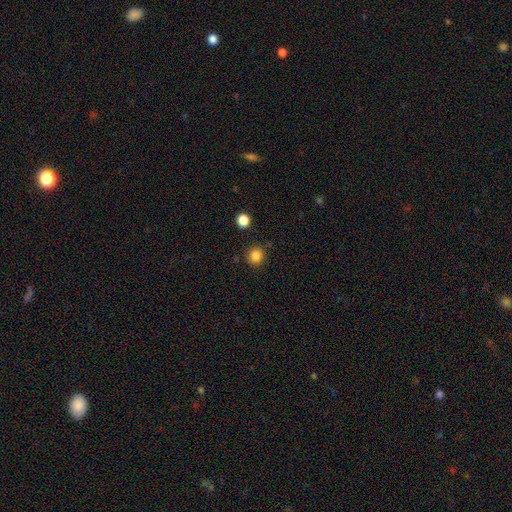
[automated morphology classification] Smooth or featured?
  - smooth: 85% *
  - star or artifact: 12%
  - featured or disk: 3%
How rounded?
  - round: 90% *
  - in between: 9%
  - cigar-shaped: 1%
Merging?
  - none: 87% *
  - minor disturbance: 8%
  - merger: 3%
  - major disturbance: 3%